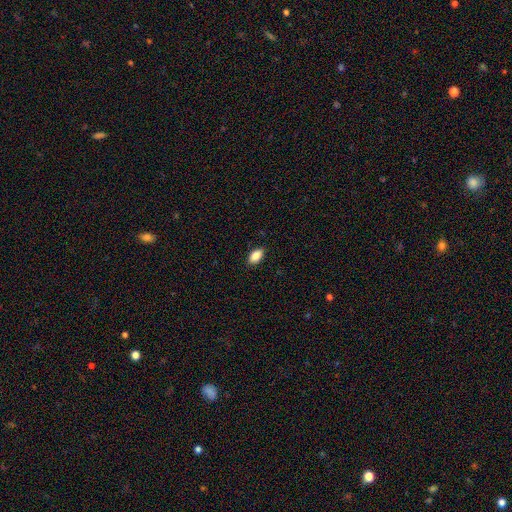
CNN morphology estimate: A smooth galaxy with no disk features (86%) that is in between round and cigar-shaped (91%).

Vote fractions:
- Smooth or featured? smooth: 86% / star or artifact: 8% / featured or disk: 6%
- How rounded? in between: 91% / round: 6% / cigar-shaped: 3%
- Merging? none: 88% / minor disturbance: 9% / major disturbance: 2% / merger: 1%